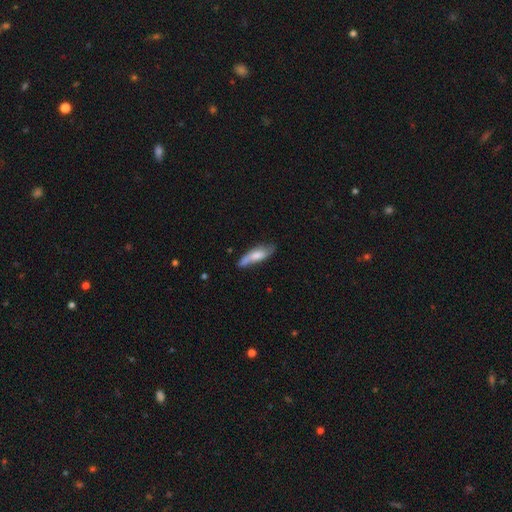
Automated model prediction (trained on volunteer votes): smooth-or-featured: smooth: 57% | featured or disk: 37% | star or artifact: 6%
  how-rounded: cigar-shaped: 54% | in between: 44% | round: 2%
  merging: none: 57% | minor disturbance: 28% | major disturbance: 8% | merger: 6%